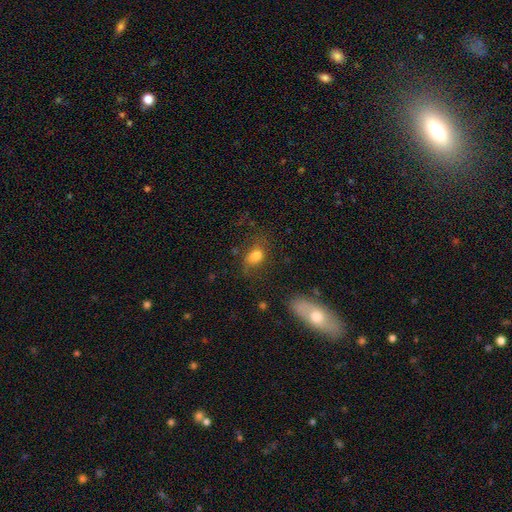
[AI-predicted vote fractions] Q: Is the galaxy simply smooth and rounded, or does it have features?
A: smooth — 75%.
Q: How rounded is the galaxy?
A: in between — 66%.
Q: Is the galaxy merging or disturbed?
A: none — 53%.